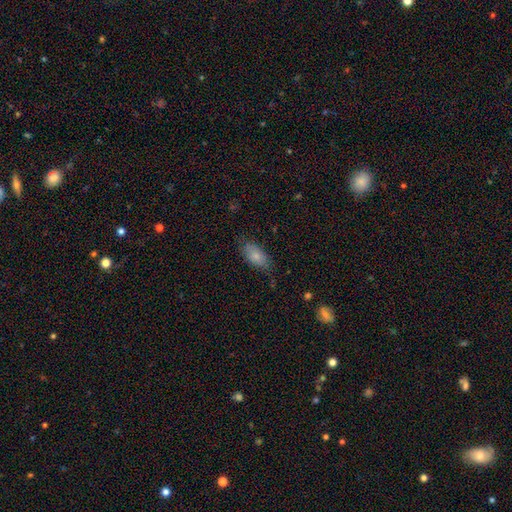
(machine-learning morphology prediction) This is clearly a smooth galaxy (81%). How rounded: clearly in between (91%). Merging: likely none (72%).